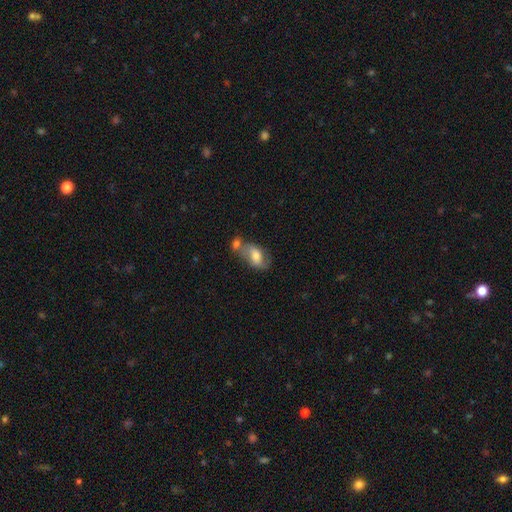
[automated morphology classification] Smooth or featured? Predicted: smooth (p=0.54). How rounded? Predicted: in between (p=0.88). Merging? Predicted: merger (p=0.39).